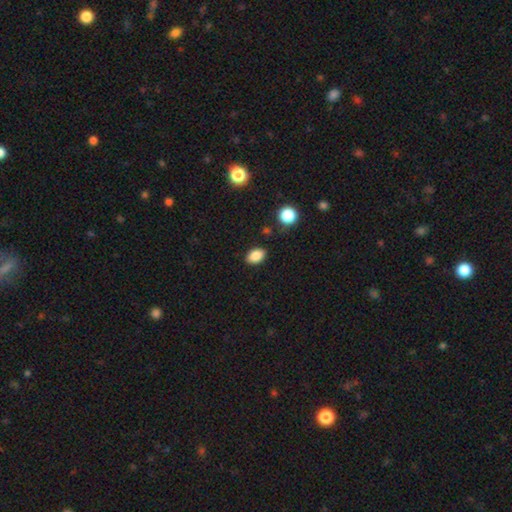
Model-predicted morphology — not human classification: A smooth galaxy with no disk features (85%) that is in between round and cigar-shaped (83%). Merging: none (85%).